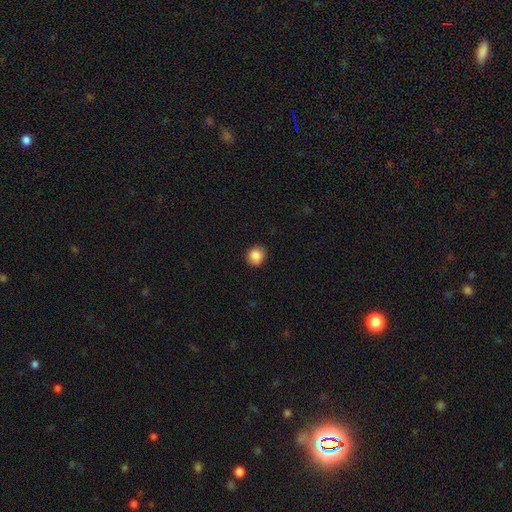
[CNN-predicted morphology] Smooth or featured? smooth (87%)
How rounded? round (86%)
Merging? none (90%)